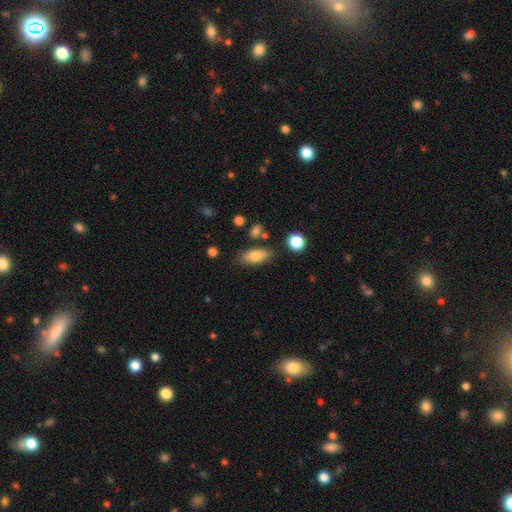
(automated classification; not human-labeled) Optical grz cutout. It shows a smooth galaxy with no disk features (77%) that is in between round and cigar-shaped (85%). Merging: none (76%).